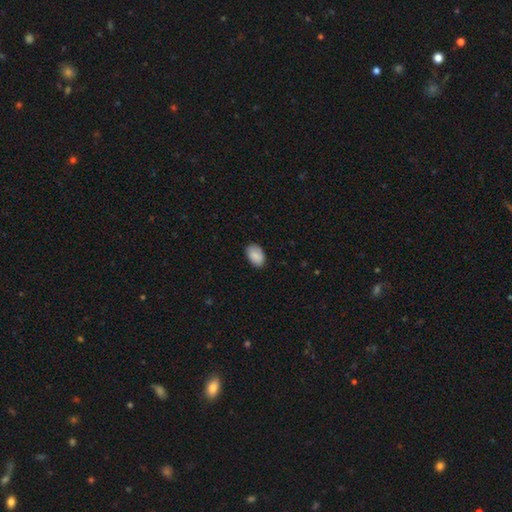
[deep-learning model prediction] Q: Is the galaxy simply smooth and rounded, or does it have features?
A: smooth — 88%.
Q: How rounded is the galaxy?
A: in between — 90%.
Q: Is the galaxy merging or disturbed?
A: none — 84%.